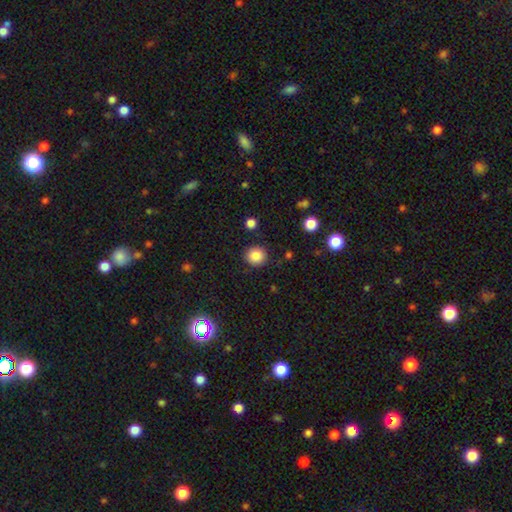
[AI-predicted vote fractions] Q: Smooth or featured?
A: smooth (85%); runner-up: star or artifact (10%)
Q: How rounded?
A: round (92%); runner-up: in between (8%)
Q: Merging?
A: none (89%); runner-up: minor disturbance (7%)